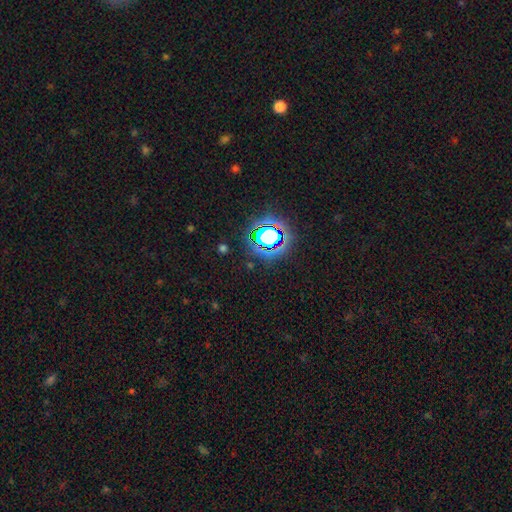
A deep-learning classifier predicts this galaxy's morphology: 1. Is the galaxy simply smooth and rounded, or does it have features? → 78% star or artifact, 14% smooth, 7% featured or disk.